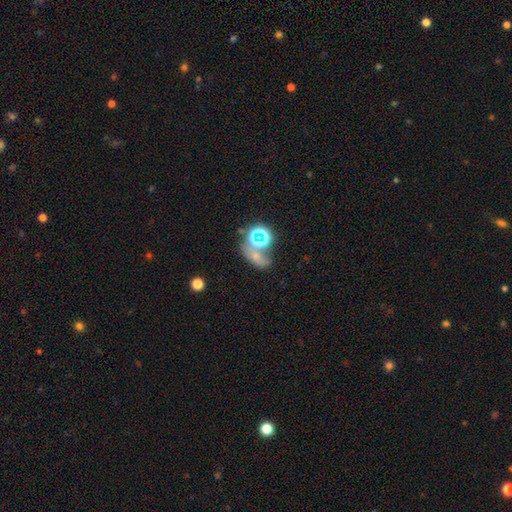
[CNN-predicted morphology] Overall: smooth (44%; star or artifact 34%). Merging: none (37%; merger 31%).